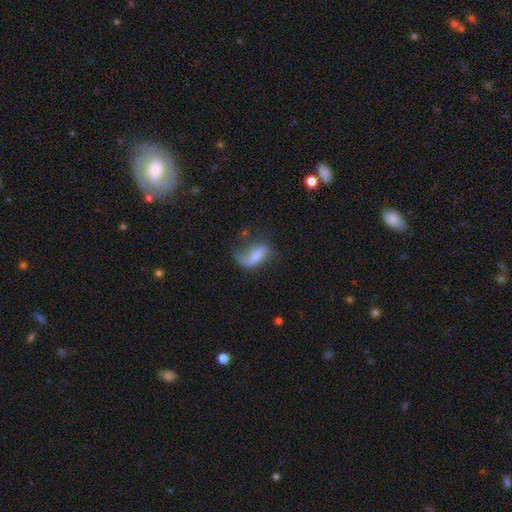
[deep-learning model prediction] Morphology: type=featured or disk (50%); merging=none (36%).